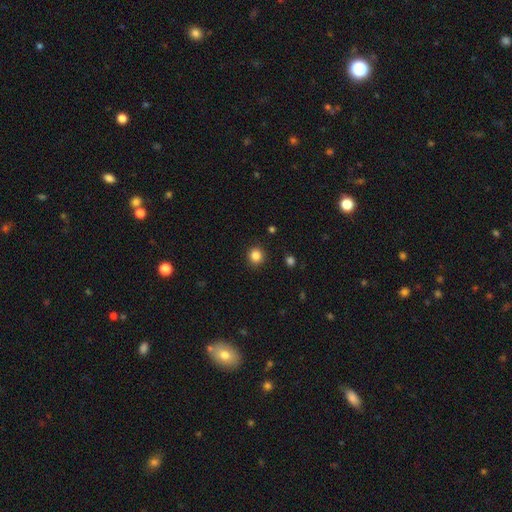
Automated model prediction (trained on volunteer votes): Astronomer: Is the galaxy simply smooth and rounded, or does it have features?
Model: smooth — 85%.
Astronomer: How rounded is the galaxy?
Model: round — 91%.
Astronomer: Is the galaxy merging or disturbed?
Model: none — 91%.